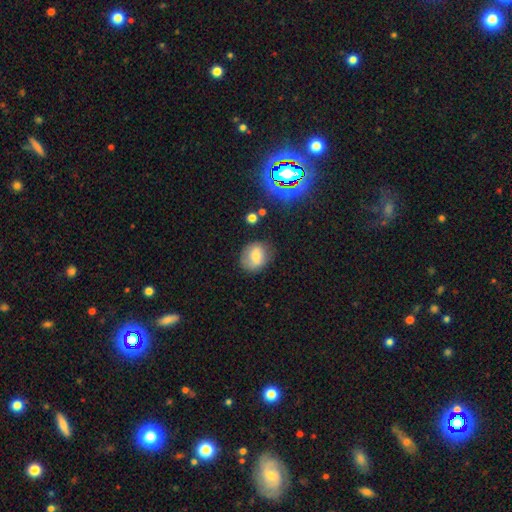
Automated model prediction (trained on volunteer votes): This appears to be a smooth galaxy with no disk features (68%) that is round (60%). Merging: none (75%).